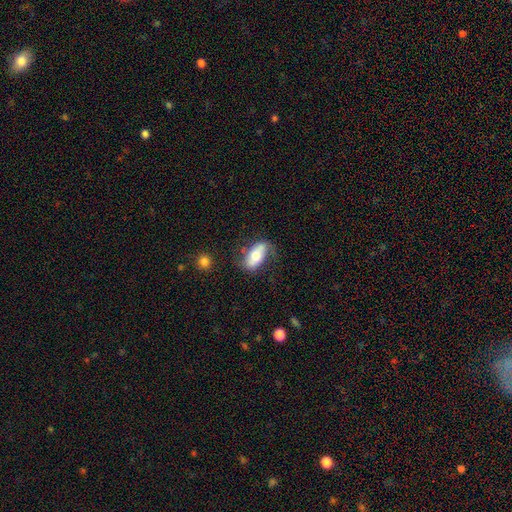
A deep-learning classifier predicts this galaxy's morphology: A smooth galaxy with no disk features (58%) that is in between round and cigar-shaped (87%).

Vote fractions:
- Smooth or featured? smooth: 58% / featured or disk: 35% / star or artifact: 6%
- How rounded? in between: 87% / cigar-shaped: 9% / round: 4%
- Merging? none: 60% / minor disturbance: 25% / major disturbance: 11% / merger: 3%